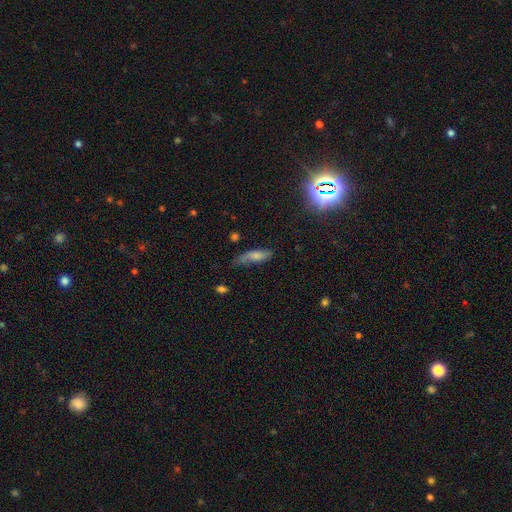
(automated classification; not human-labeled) A smooth galaxy with no disk features (67%) that is in between round and cigar-shaped (52%).

Vote fractions:
- Smooth or featured? smooth: 67% / featured or disk: 24% / star or artifact: 9%
- How rounded? in between: 52% / cigar-shaped: 45% / round: 3%
- Merging? none: 46% / minor disturbance: 35% / major disturbance: 15% / merger: 4%